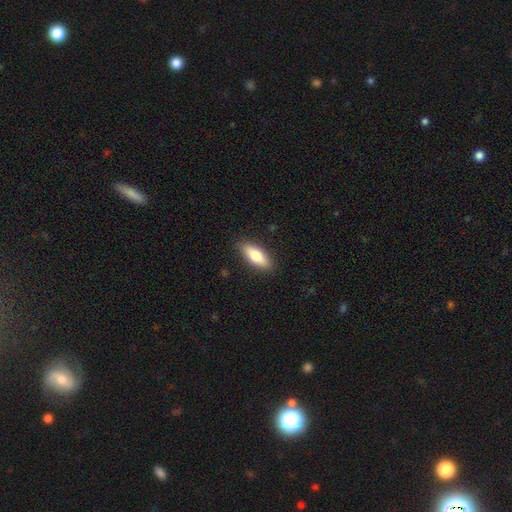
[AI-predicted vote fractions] smooth 74%, featured or disk 20%, star or artifact 6%. Down the decision tree: how rounded — in between (66%); merging — none (88%).